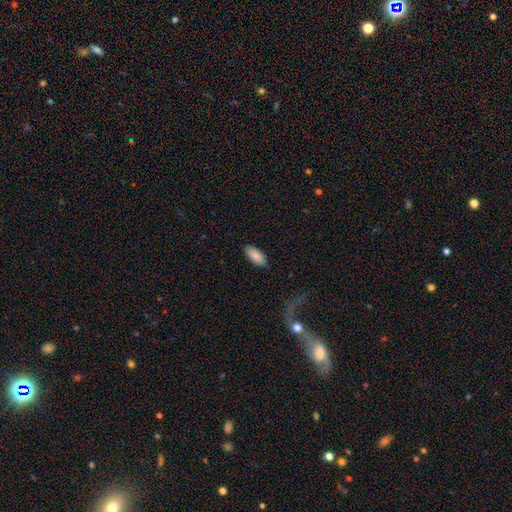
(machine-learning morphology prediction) smooth_or_featured: smooth (p=0.86) [alt: featured or disk p=0.07]
how_rounded: in between (p=0.85) [alt: cigar-shaped p=0.13]
merging: none (p=0.86) [alt: minor disturbance p=0.10]